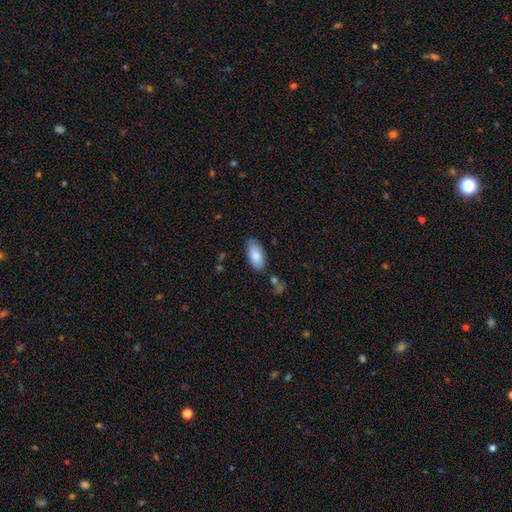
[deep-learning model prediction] A smooth galaxy with no disk features (83%) that is in between round and cigar-shaped (93%).

Vote fractions:
- Smooth or featured? smooth: 83% / featured or disk: 11% / star or artifact: 6%
- How rounded? in between: 93% / cigar-shaped: 5% / round: 2%
- Merging? none: 80% / minor disturbance: 14% / merger: 3% / major disturbance: 3%